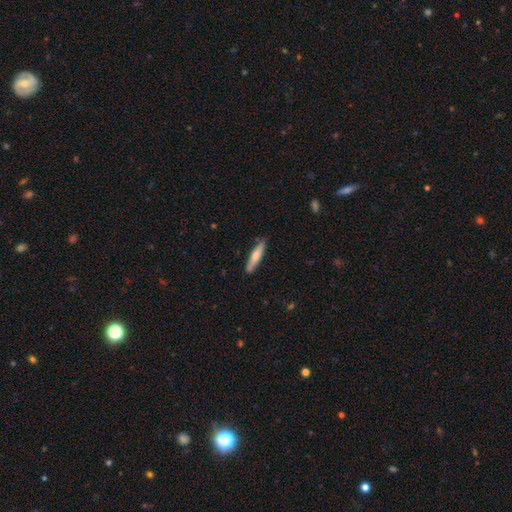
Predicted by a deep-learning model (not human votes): Smooth or featured: smooth — 65% (featured or disk — 30%)
How rounded: cigar-shaped — 86% (in between — 12%)
Merging: none — 85% (minor disturbance — 11%)